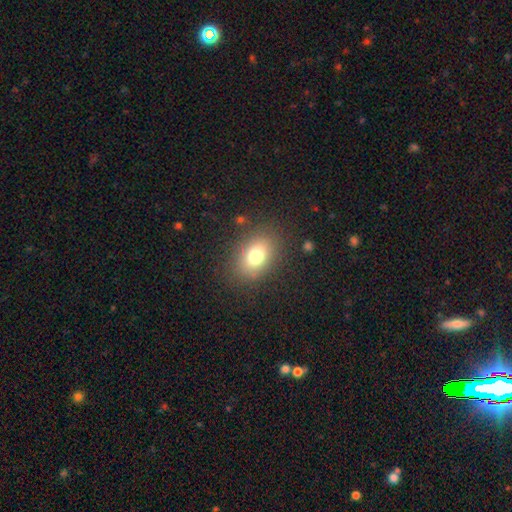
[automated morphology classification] type=smooth (75%); roundness=in between (72%); merging=none (83%).